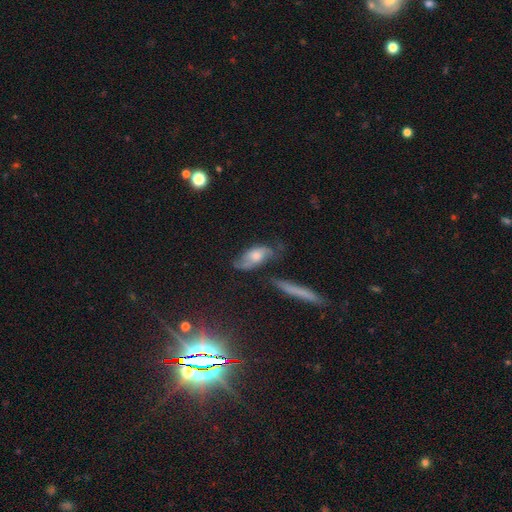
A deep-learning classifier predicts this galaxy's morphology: Overall: featured or disk (51%; smooth 40%). Edge-on disk: no (83%). Merging: none (49%; minor disturbance 28%).